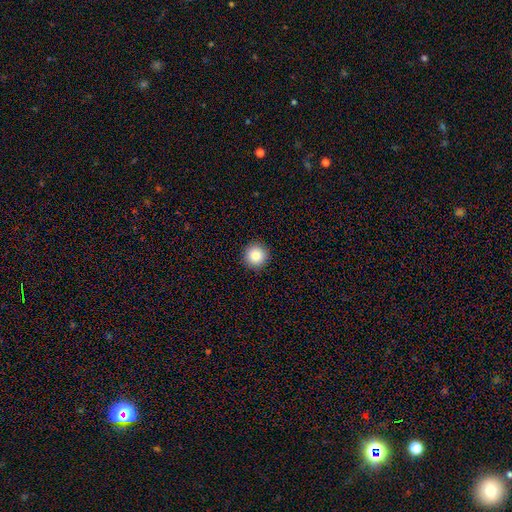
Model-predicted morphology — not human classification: This appears to be a smooth galaxy with no disk features (86%) that is round (96%). Merging: none (93%).